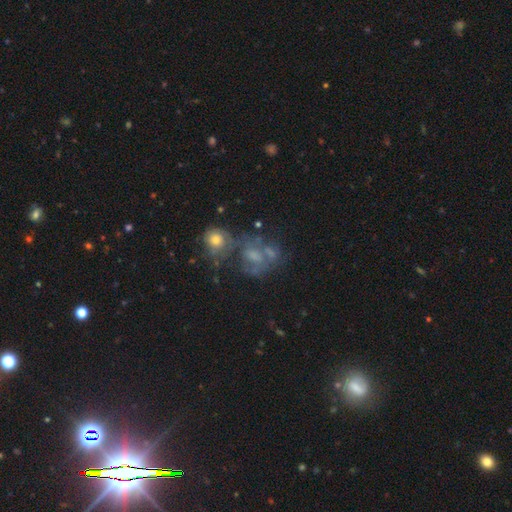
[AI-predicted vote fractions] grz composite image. It shows a featured or disk galaxy (50%). Merging: merger (40%).